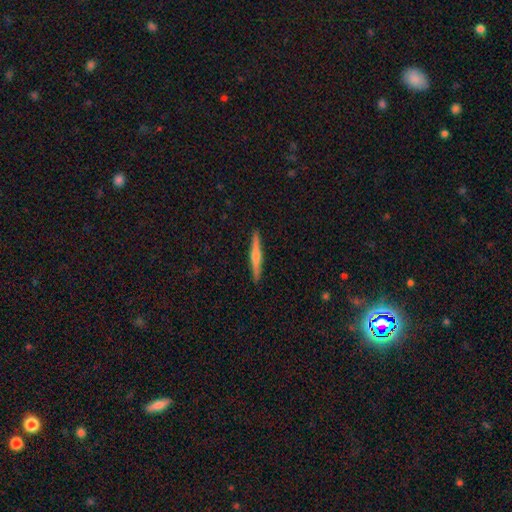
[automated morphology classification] A featured or disk galaxy (60%) viewed edge-on (97%) with a rounded central bulge (77%).

Vote fractions:
- Smooth or featured? featured or disk: 60% / smooth: 34% / star or artifact: 6%
- Edge-on disk? yes: 97% / no: 3%
- Edge-on bulge? rounded: 77% / none: 16% / boxy: 7%
- Merging? none: 92% / minor disturbance: 6% / major disturbance: 1% / merger: 1%